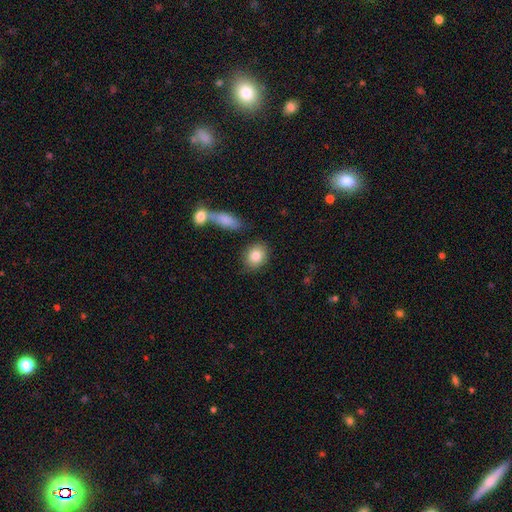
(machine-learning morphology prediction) This is clearly a smooth galaxy (84%). How rounded: possibly round (53%). Merging: clearly none (80%).